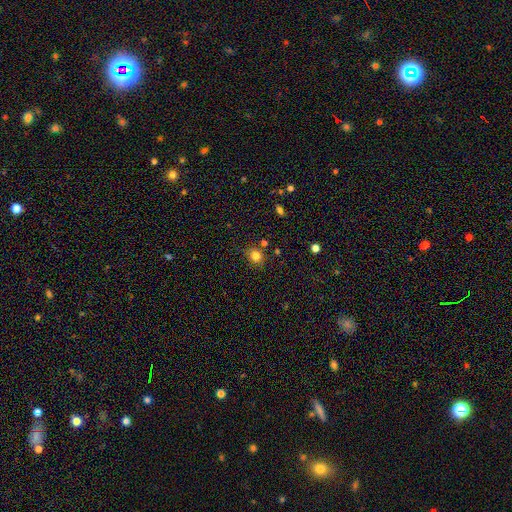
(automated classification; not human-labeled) Overall: smooth (81%). How rounded: round (75%). Merging: none (78%).